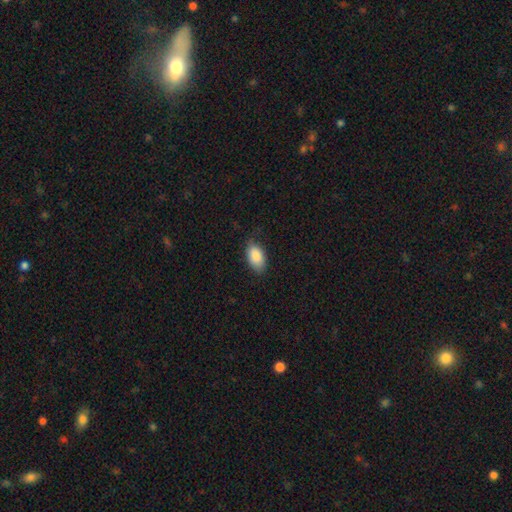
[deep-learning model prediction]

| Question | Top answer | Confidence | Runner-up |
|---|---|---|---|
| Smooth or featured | smooth | 86% | featured or disk (7%) |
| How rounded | in between | 93% | round (5%) |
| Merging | none | 72% | minor disturbance (22%) |